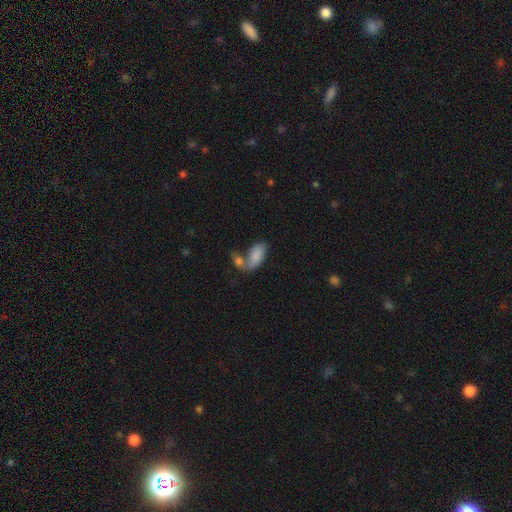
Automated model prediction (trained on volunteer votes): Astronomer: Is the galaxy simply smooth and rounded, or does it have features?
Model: smooth — 82%.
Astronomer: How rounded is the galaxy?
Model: in between — 92%.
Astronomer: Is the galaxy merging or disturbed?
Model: merger — 49% (runner-up: none, 31%).